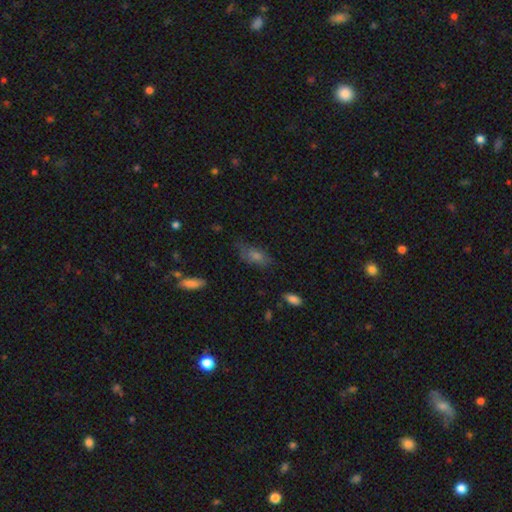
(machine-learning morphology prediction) A smooth galaxy with no disk features (59%) that is in between round and cigar-shaped (77%). Merging: none (57%).